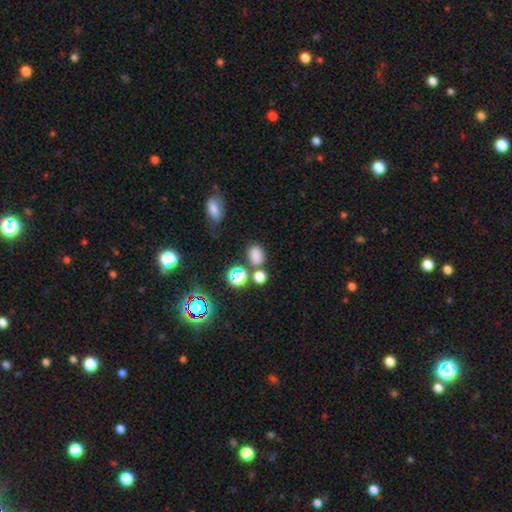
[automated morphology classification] Smooth or featured?
  - smooth: 75% *
  - star or artifact: 19%
  - featured or disk: 6%
How rounded?
  - in between: 64% *
  - round: 34%
  - cigar-shaped: 1%
Merging?
  - none: 62% *
  - merger: 17%
  - minor disturbance: 15%
  - major disturbance: 6%